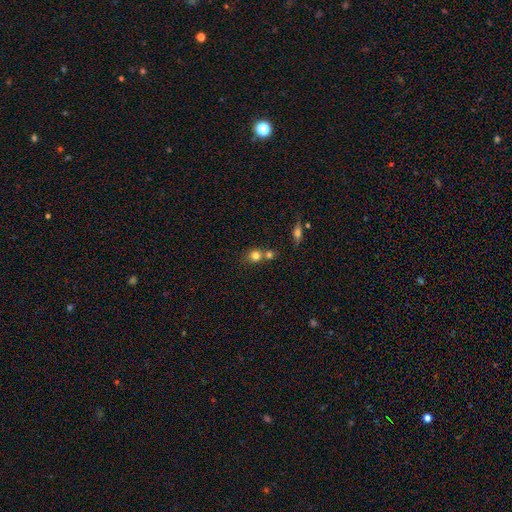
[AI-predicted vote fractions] A smooth galaxy with no disk features (78%) that is round (78%).

Vote fractions:
- Smooth or featured? smooth: 78% / star or artifact: 12% / featured or disk: 10%
- How rounded? round: 78% / in between: 20% / cigar-shaped: 1%
- Merging? none: 47% / merger: 42% / minor disturbance: 8% / major disturbance: 3%